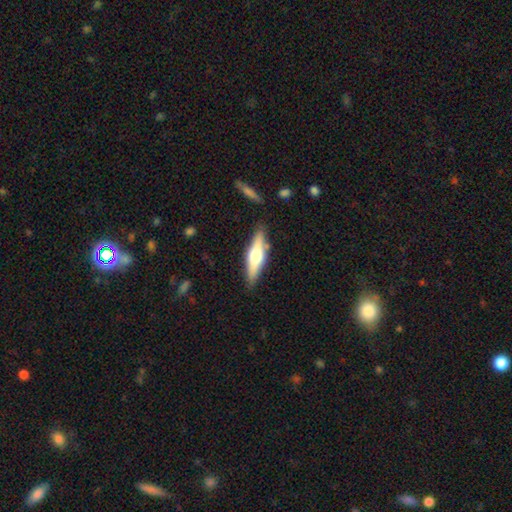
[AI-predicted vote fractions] This appears to be a featured or disk galaxy (53%) viewed edge-on (93%). Merging: none (83%).